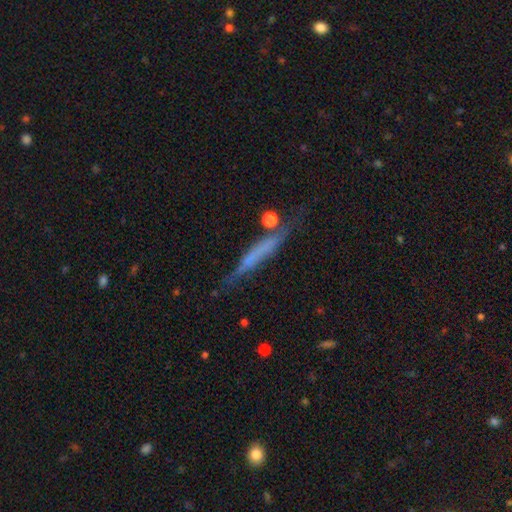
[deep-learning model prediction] A featured or disk galaxy (46%). Merging: none (62%).